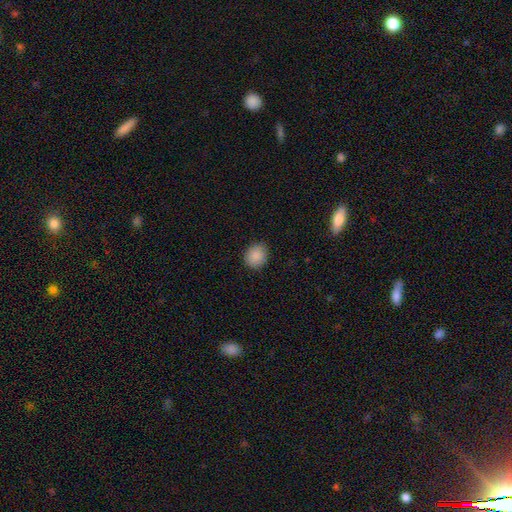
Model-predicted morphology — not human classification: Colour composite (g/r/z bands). It shows a smooth galaxy with no disk features (89%) that is round (72%). Merging: none (89%).